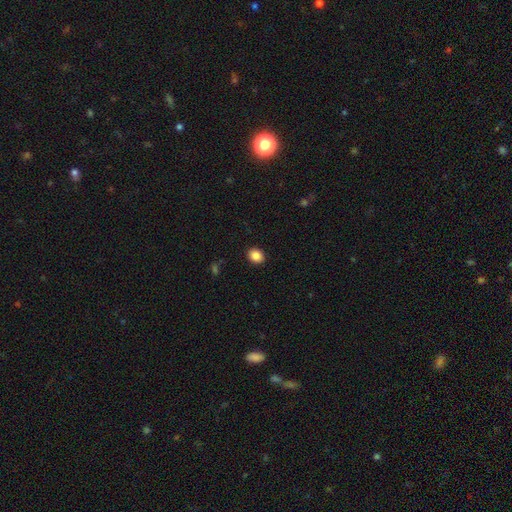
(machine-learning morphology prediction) A smooth galaxy with no disk features (87%) that is round (54%).

Vote fractions:
- Smooth or featured? smooth: 87% / star or artifact: 9% / featured or disk: 4%
- How rounded? round: 54% / in between: 45% / cigar-shaped: 1%
- Merging? none: 91% / minor disturbance: 6% / major disturbance: 2% / merger: 1%